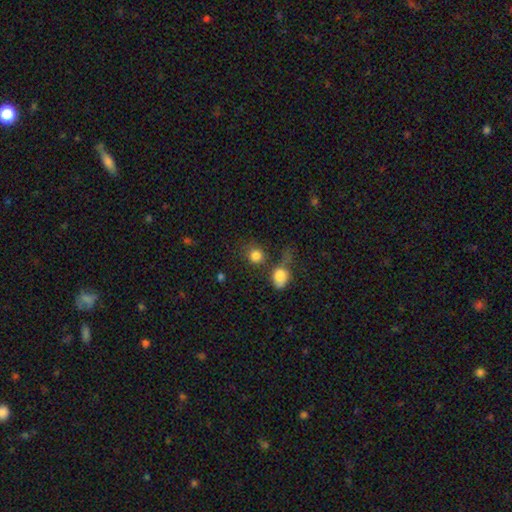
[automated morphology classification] type=smooth (83%); roundness=round (83%); merging=none (57%).